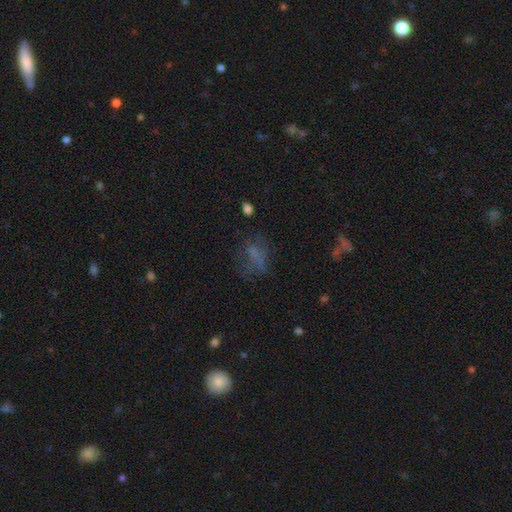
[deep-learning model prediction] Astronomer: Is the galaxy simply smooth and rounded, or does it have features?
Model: smooth — 47% (runner-up: featured or disk, 27%).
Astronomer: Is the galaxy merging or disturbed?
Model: none — 48% (runner-up: major disturbance, 28%).